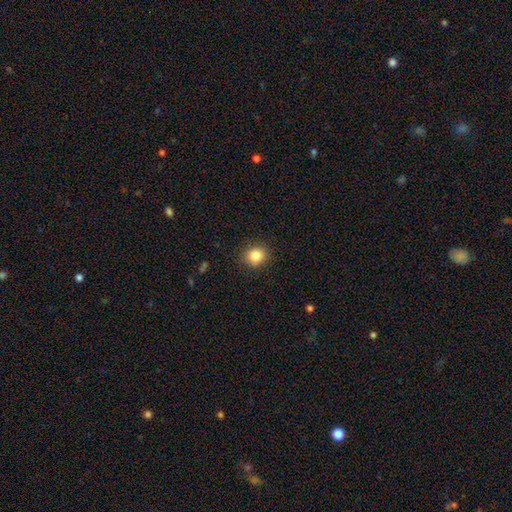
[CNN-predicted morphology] This appears to be a smooth galaxy with no disk features (84%) that is round (78%). Merging: none (86%).